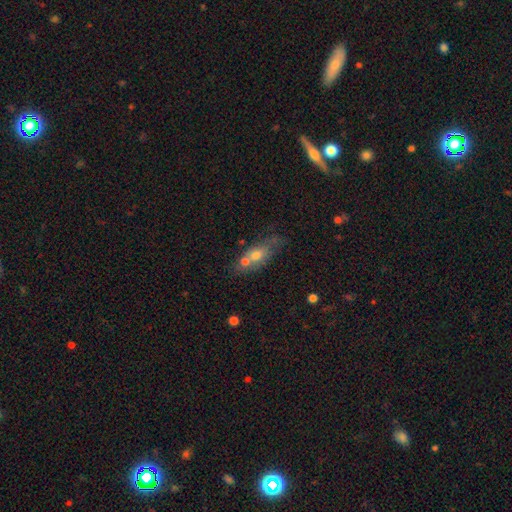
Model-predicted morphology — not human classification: smooth-or-featured: smooth: 60% | featured or disk: 31% | star or artifact: 9%
  how-rounded: in between: 70% | cigar-shaped: 21% | round: 9%
  merging: none: 43% | merger: 30% | minor disturbance: 18% | major disturbance: 8%